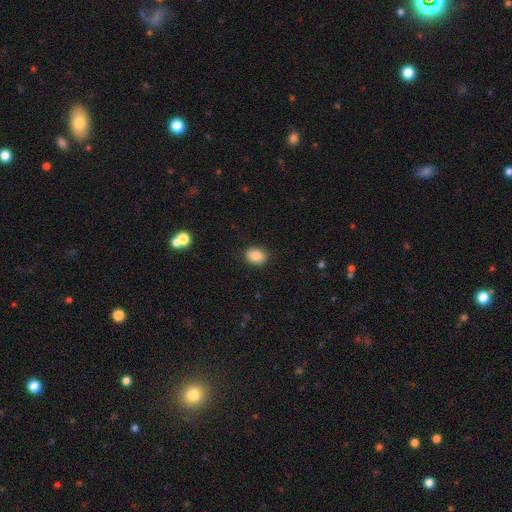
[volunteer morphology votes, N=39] Smooth or featured? smooth (85%)
How rounded? in between (55%)
Merging? none (91%)